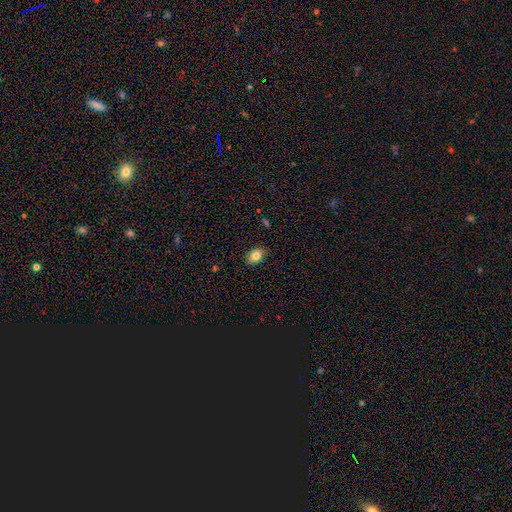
smooth_or_featured: smooth (p=0.87) [alt: featured or disk p=0.11]
how_rounded: in between (p=0.88) [alt: round p=0.12]
merging: none (p=0.92) [alt: minor disturbance p=0.08]